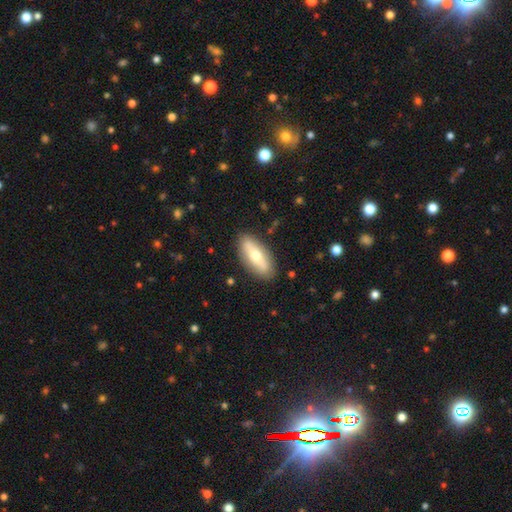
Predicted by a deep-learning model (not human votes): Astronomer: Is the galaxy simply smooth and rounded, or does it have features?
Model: smooth — 58% (runner-up: featured or disk, 36%).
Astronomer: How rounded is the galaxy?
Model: in between — 71%.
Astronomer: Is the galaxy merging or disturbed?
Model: none — 86%.